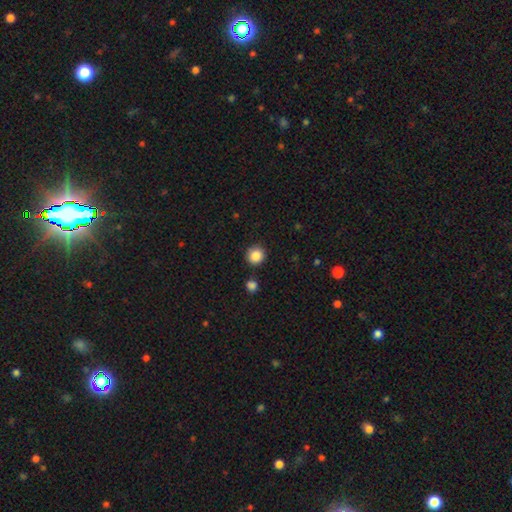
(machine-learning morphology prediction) smooth_or_featured: smooth (p=0.86) [alt: star or artifact p=0.10]
how_rounded: round (p=0.92) [alt: in between p=0.07]
merging: none (p=0.86) [alt: minor disturbance p=0.08]